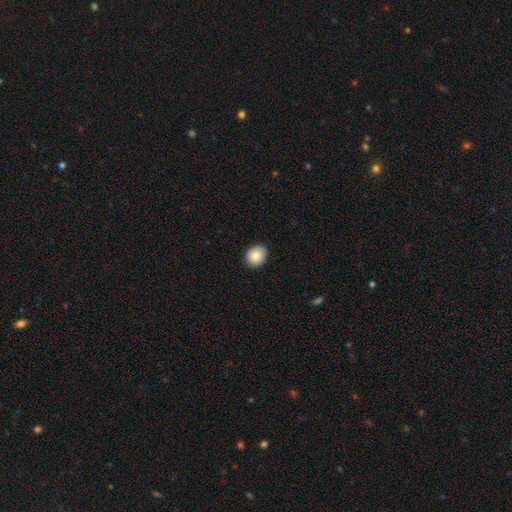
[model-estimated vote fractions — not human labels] This is clearly a smooth galaxy (85%). How rounded: possibly round (53%). Merging: clearly none (89%).